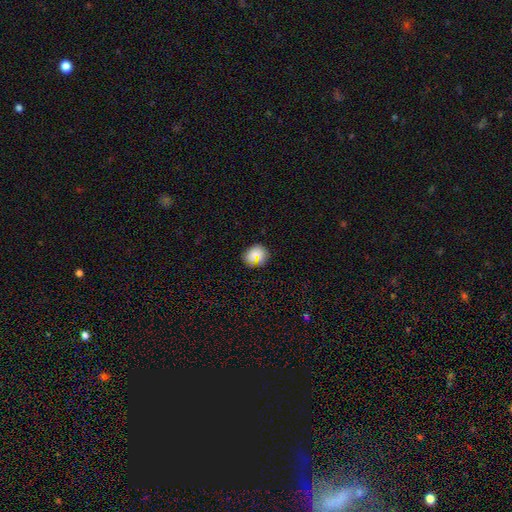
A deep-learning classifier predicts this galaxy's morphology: Smooth or featured? smooth (74%)
How rounded? round (71%)
Merging? none (84%)